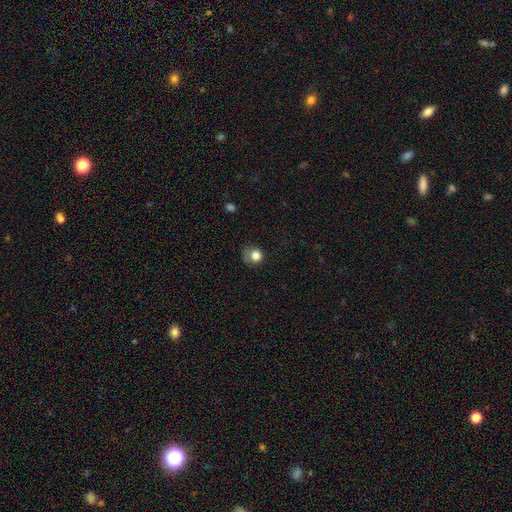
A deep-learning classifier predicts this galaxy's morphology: This is clearly a smooth galaxy (80%). How rounded: clearly round (82%). Merging: possibly none (50%).